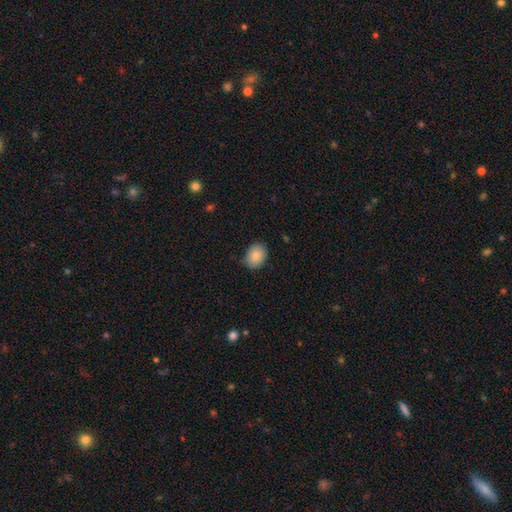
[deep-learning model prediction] smooth_or_featured: smooth (p=0.85) [alt: star or artifact p=0.08]
how_rounded: in between (p=0.53) [alt: round p=0.46]
merging: none (p=0.75) [alt: minor disturbance p=0.20]